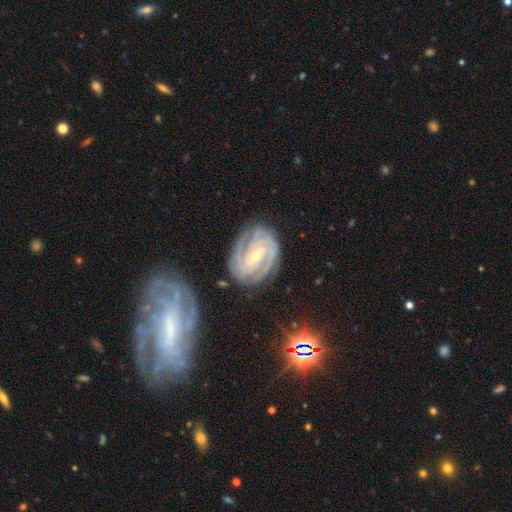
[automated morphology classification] Smooth or featured?
  - featured or disk: 90% *
  - star or artifact: 6%
  - smooth: 5%
Edge-on disk?
  - no: 97% *
  - yes: 3%
Bar?
  - weak: 37% *
  - no: 34%
  - strong: 28%
Spiral arms?
  - yes: 98% *
  - no: 2%
Spiral winding?
  - tight: 76% *
  - medium: 21%
  - loose: 3%
Spiral arm count?
  - 3: 30% *
  - 4: 23%
  - 2: 19%
  - can't tell: 15%
  - more than 4: 7%
  - 1: 6%
Bulge size?
  - small: 74% *
  - moderate: 23%
  - large: 1%
  - none: 1%
  - dominant: 1%
Merging?
  - none: 76% *
  - minor disturbance: 16%
  - major disturbance: 5%
  - merger: 3%